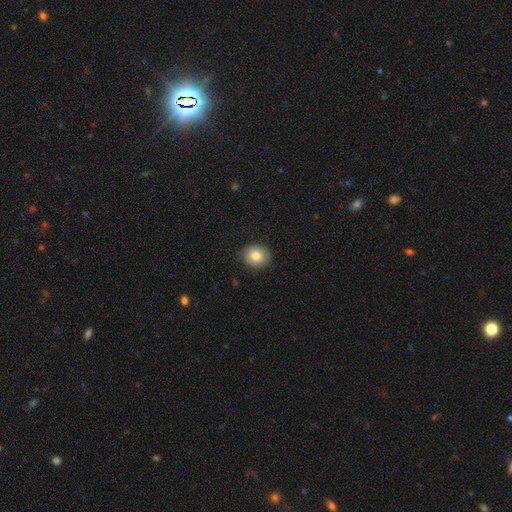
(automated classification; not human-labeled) Smooth or featured? Predicted: smooth (p=0.82). How rounded? Predicted: round (p=0.59). Merging? Predicted: none (p=0.85).